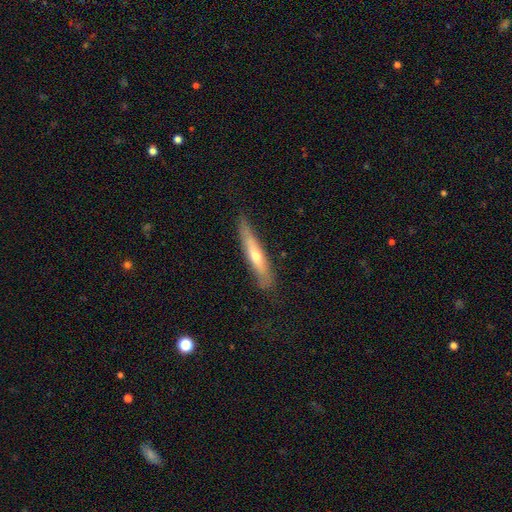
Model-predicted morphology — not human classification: Smooth or featured?
  - featured or disk: 51% *
  - smooth: 42%
  - star or artifact: 7%
Edge-on disk?
  - yes: 85% *
  - no: 15%
Merging?
  - none: 79% *
  - minor disturbance: 16%
  - major disturbance: 3%
  - merger: 1%